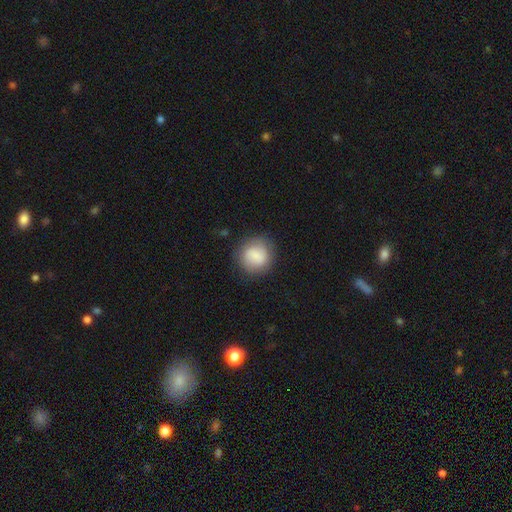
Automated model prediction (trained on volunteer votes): The model was most divided on "merging": none: 79%, minor disturbance: 14%, major disturbance: 5%, merger: 2%. More confident: how rounded — round (87%); smooth or featured — smooth (80%).